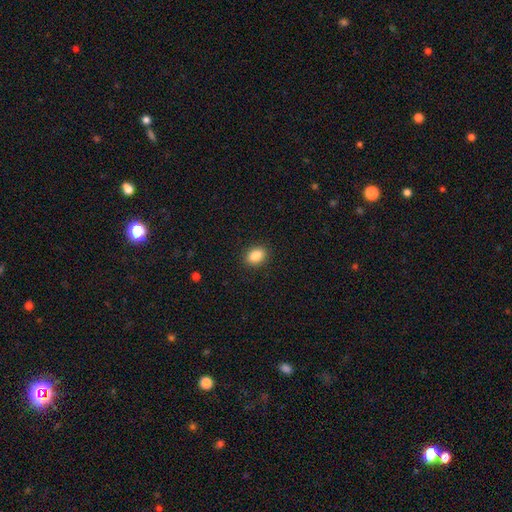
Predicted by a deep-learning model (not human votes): smooth 86%, star or artifact 9%, featured or disk 5%. Down the decision tree: how rounded — in between (72%); merging — none (90%).